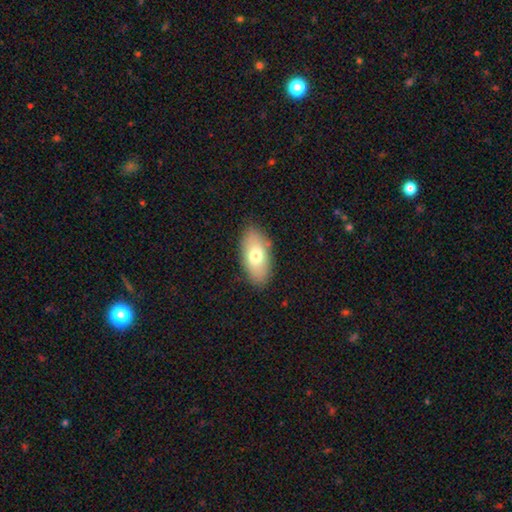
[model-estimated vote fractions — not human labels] Morphology: type=smooth (72%); roundness=in between (91%); merging=none (85%).